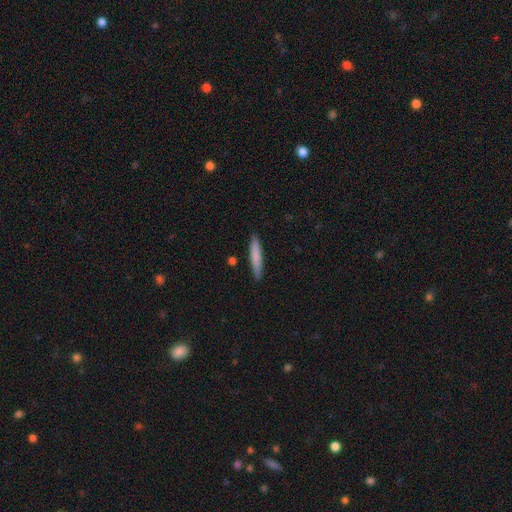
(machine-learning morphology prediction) Smooth or featured? Predicted: smooth (p=0.78). How rounded? Predicted: cigar-shaped (p=0.92). Merging? Predicted: none (p=0.89).